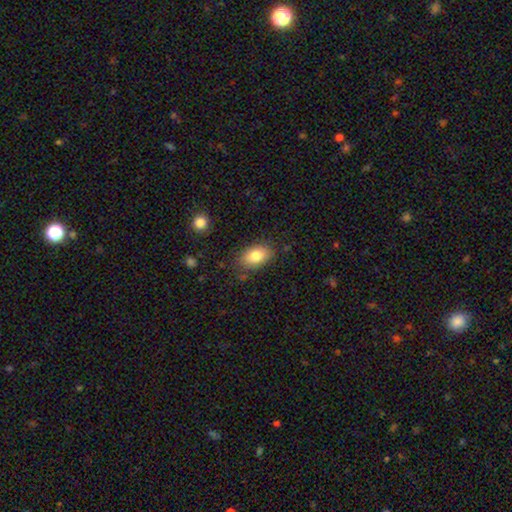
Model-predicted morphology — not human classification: This appears to be a smooth galaxy with no disk features (81%) that is in between round and cigar-shaped (87%). Merging: none (82%).